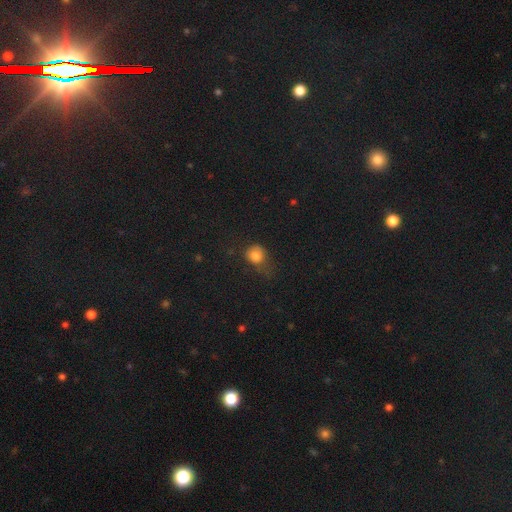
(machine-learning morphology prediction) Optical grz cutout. It shows a smooth galaxy with no disk features (80%) that is round (74%). Merging: none (40%).